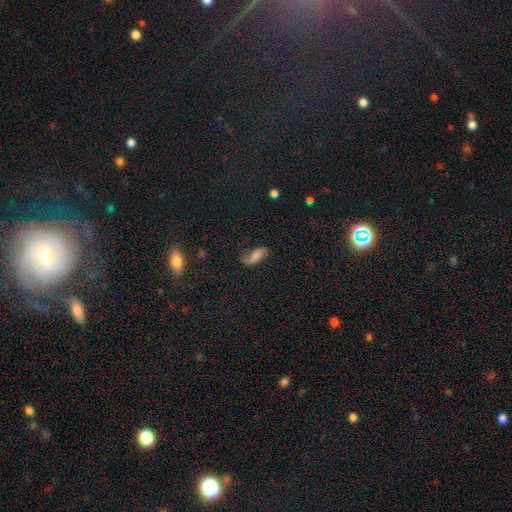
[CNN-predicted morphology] smooth-or-featured: featured or disk: 45% | smooth: 41% | star or artifact: 13%
  merging: none: 59% | minor disturbance: 23% | major disturbance: 15% | merger: 3%